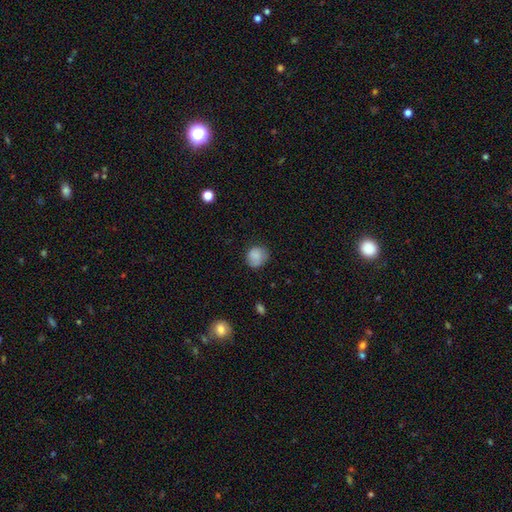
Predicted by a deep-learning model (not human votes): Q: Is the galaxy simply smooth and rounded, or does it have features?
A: smooth — 81%.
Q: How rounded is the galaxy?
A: round — 78%.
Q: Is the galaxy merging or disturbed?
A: none — 71%.